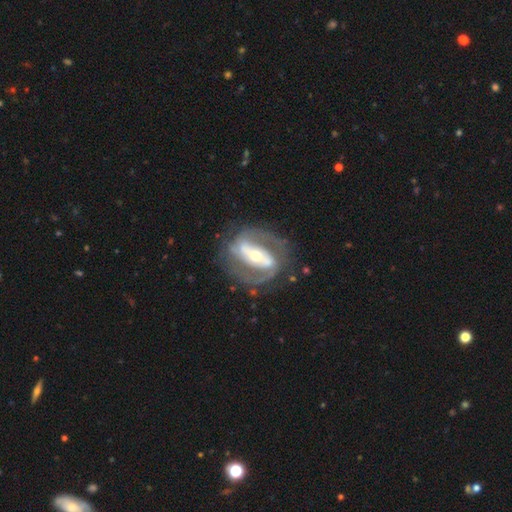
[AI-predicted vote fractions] smooth_or_featured: featured or disk (p=0.87) [alt: smooth p=0.08]
disk_edge_on: no (p=0.95) [alt: yes p=0.05]
bar: strong (p=0.64) [alt: weak p=0.21]
has_spiral_arms: yes (p=0.89) [alt: no p=0.11]
spiral_winding: medium (p=0.48) [alt: tight p=0.34]
spiral_arm_count: 2 (p=0.87) [alt: can't tell p=0.05]
bulge_size: moderate (p=0.55) [alt: small p=0.36]
merging: none (p=0.75) [alt: minor disturbance p=0.14]